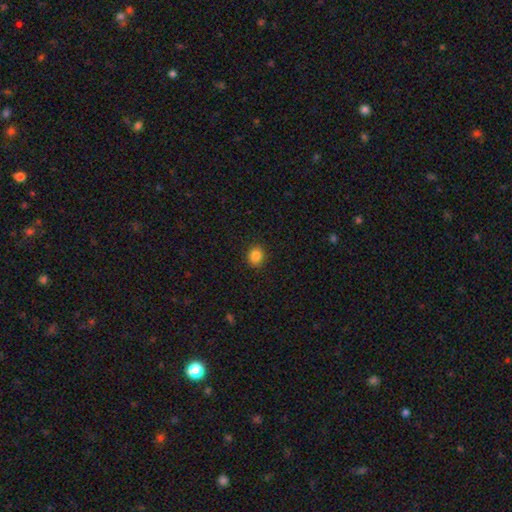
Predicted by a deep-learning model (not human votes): Overall: smooth (86%). How rounded: round (73%). Merging: none (90%).